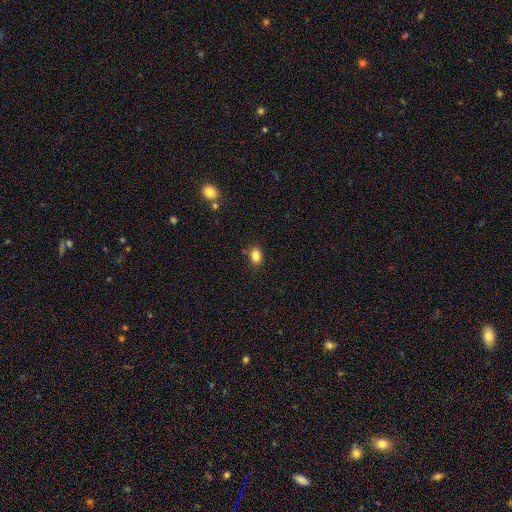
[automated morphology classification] Q: Smooth or featured?
A: smooth (84%); runner-up: star or artifact (11%)
Q: How rounded?
A: in between (69%); runner-up: round (29%)
Q: Merging?
A: none (81%); runner-up: minor disturbance (12%)